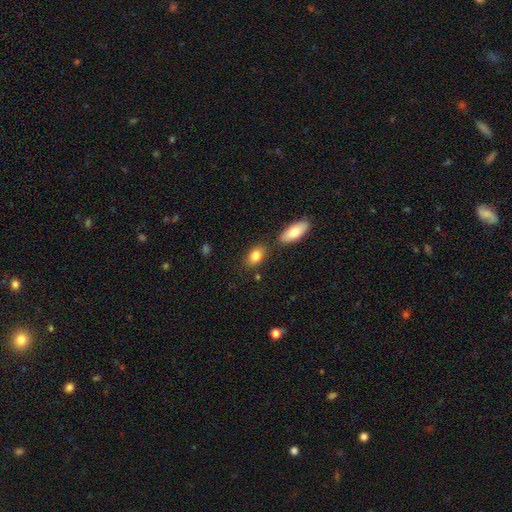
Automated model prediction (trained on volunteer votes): smooth 82%, featured or disk 10%, star or artifact 8%. Down the decision tree: how rounded — in between (85%); merging — none (72%).